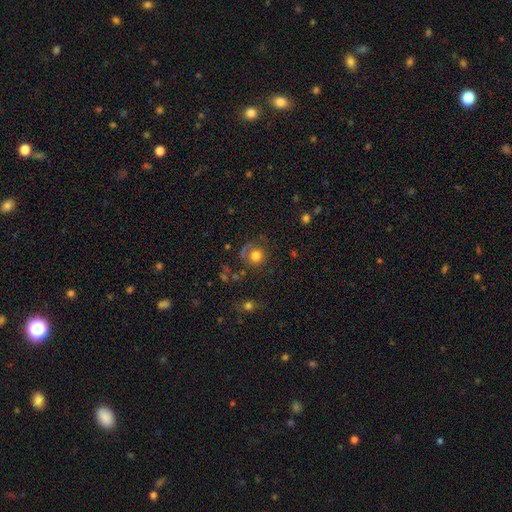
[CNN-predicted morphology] This appears to be a smooth galaxy with no disk features (70%) that is round (87%). Merging: none (64%).